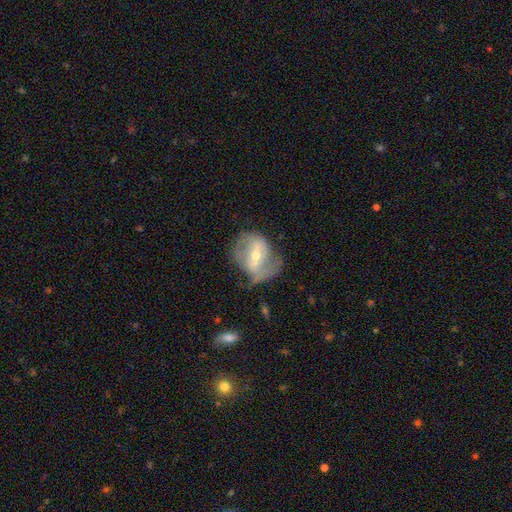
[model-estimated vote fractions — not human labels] A featured or disk galaxy (70%) with a strong bar (43%), spiral arms (63%) and a moderate central bulge (50%). Merging: none (45%).